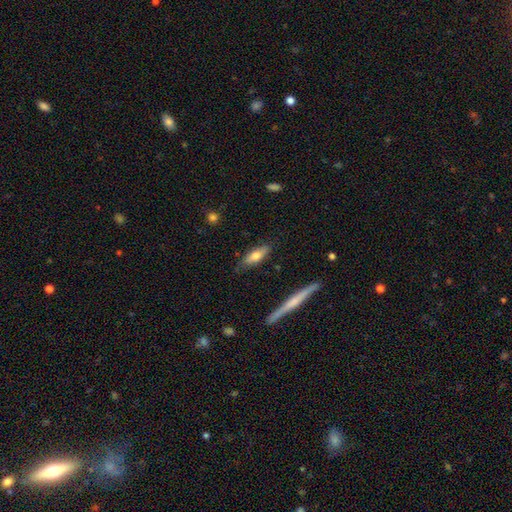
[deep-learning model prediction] Overall: smooth (69%). How rounded: in between (63%; cigar-shaped 35%). Merging: none (81%).